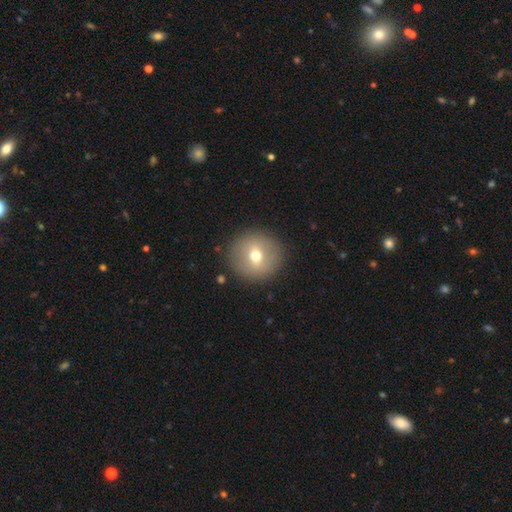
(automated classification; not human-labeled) This appears to be a smooth galaxy with no disk features (62%) that is round (94%). Merging: none (90%).